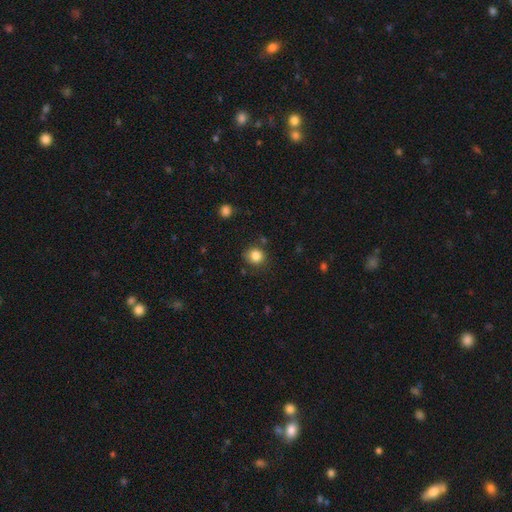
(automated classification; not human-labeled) smooth-or-featured: smooth: 83% | star or artifact: 11% | featured or disk: 6%
  how-rounded: round: 80% | in between: 19% | cigar-shaped: 1%
  merging: none: 80% | minor disturbance: 13% | major disturbance: 4% | merger: 3%